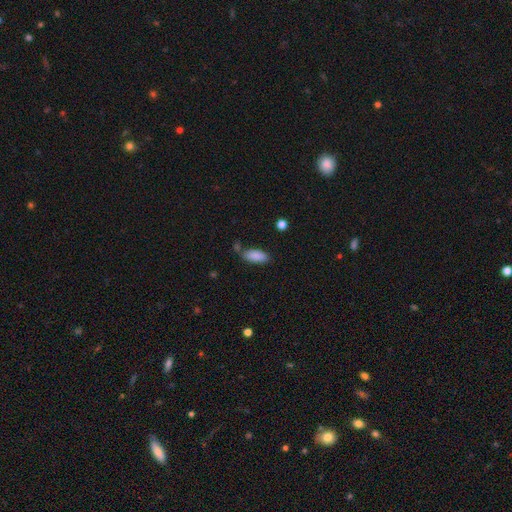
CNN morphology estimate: Smooth or featured? smooth (87%)
How rounded? in between (85%)
Merging? none (68%)